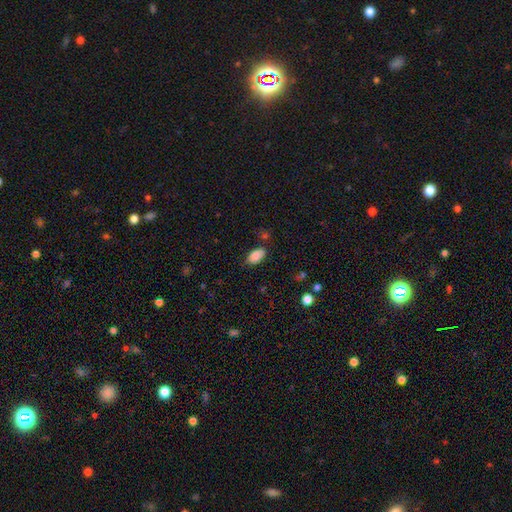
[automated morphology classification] smooth-or-featured: smooth: 86% | star or artifact: 8% | featured or disk: 6%
  how-rounded: in between: 93% | round: 5% | cigar-shaped: 2%
  merging: none: 69% | minor disturbance: 22% | major disturbance: 5% | merger: 5%